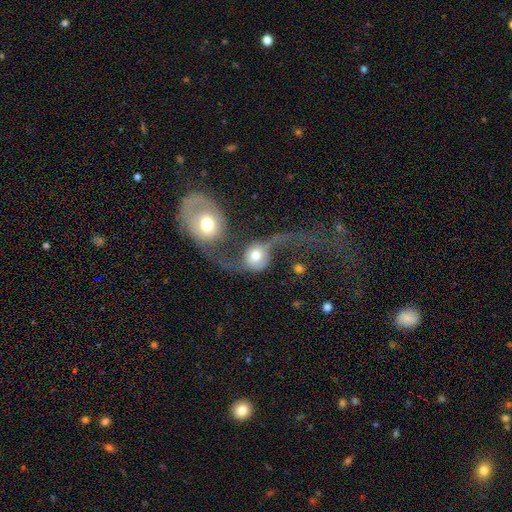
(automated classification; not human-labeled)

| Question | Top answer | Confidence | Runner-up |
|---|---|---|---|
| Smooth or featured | featured or disk | 47% | smooth (46%) |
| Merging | merger | 50% | major disturbance (27%) |